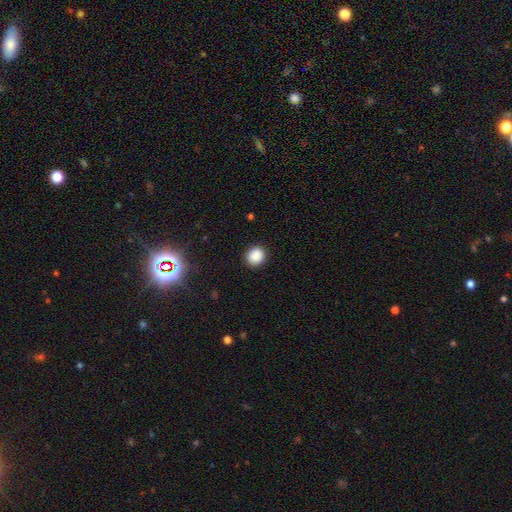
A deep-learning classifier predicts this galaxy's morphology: Smooth or featured? smooth (88%)
How rounded? round (86%)
Merging? none (90%)